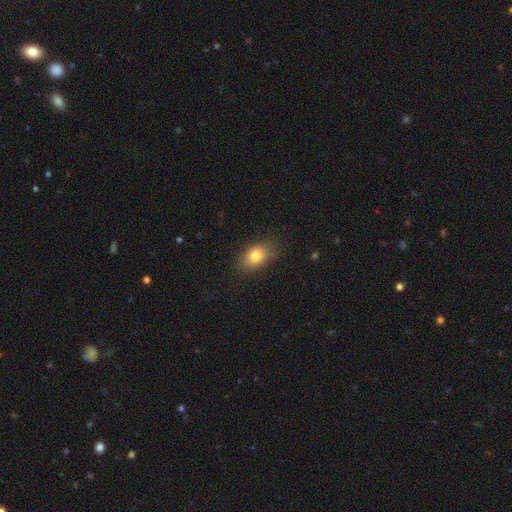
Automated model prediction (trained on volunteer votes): Overall: smooth (81%). How rounded: in between (84%). Merging: none (78%).